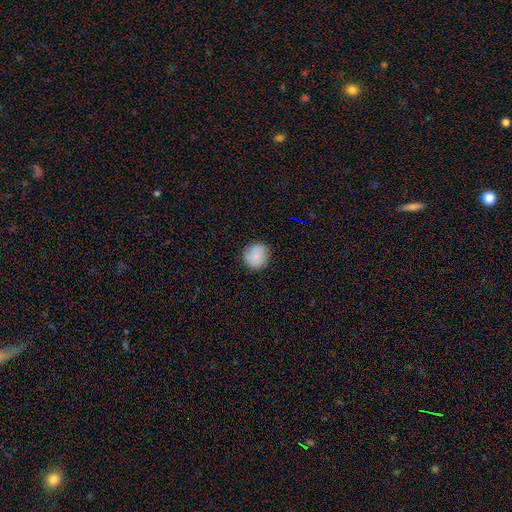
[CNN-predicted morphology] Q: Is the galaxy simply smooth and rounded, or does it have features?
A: smooth — 82%.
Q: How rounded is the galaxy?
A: round — 88%.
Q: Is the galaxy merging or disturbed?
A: none — 84%.